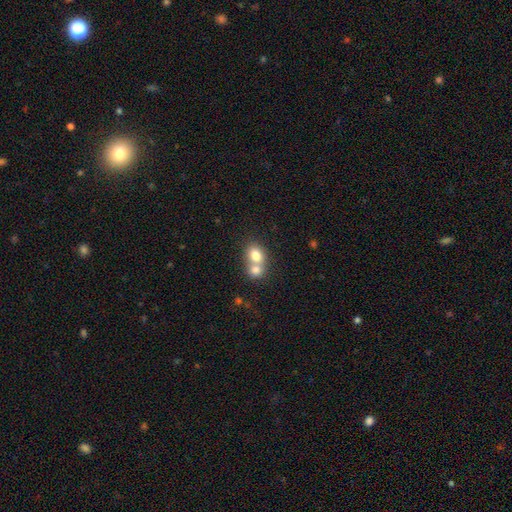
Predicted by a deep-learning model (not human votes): Smooth or featured? smooth (77%)
How rounded? round (54%)
Merging? merger (66%)